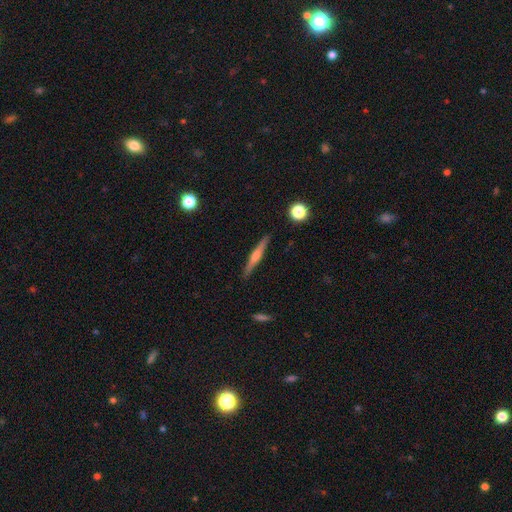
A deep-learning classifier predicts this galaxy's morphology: Overall: featured or disk (64%; smooth 30%). Edge-on disk: yes (98%). Edge-on bulge: rounded (72%). Merging: none (90%).